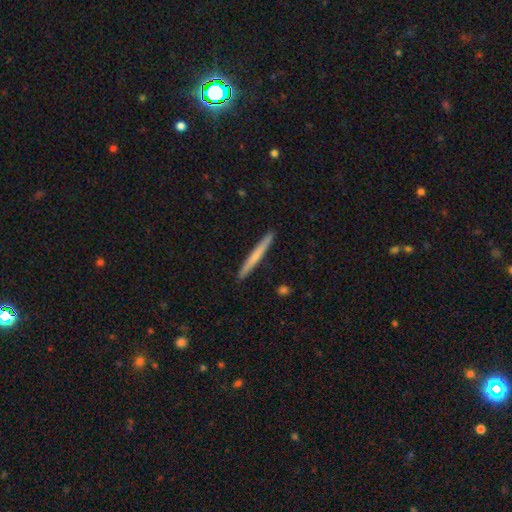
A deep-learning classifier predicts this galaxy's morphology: Q: Smooth or featured?
A: smooth (57%); runner-up: featured or disk (38%)
Q: How rounded?
A: cigar-shaped (97%); runner-up: in between (2%)
Q: Merging?
A: none (93%); runner-up: minor disturbance (5%)